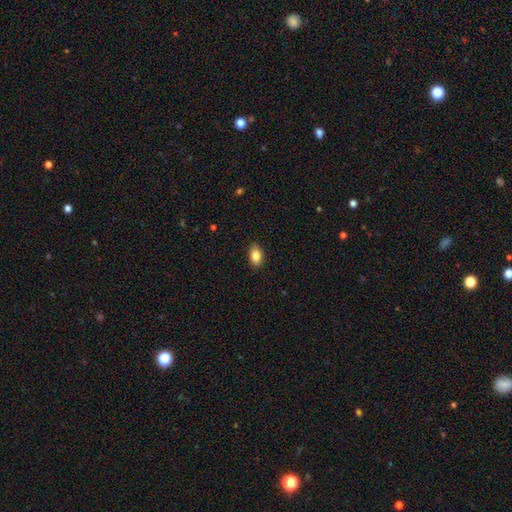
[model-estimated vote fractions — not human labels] Q: Smooth or featured?
A: smooth (84%); runner-up: star or artifact (8%)
Q: How rounded?
A: in between (88%); runner-up: round (10%)
Q: Merging?
A: none (88%); runner-up: minor disturbance (9%)